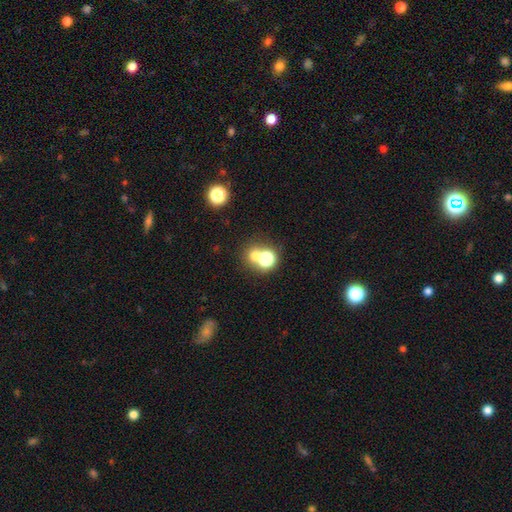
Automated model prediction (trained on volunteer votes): smooth-or-featured: smooth: 62% | star or artifact: 27% | featured or disk: 11%
  how-rounded: round: 83% | in between: 16% | cigar-shaped: 1%
  merging: none: 54% | merger: 35% | minor disturbance: 6% | major disturbance: 4%